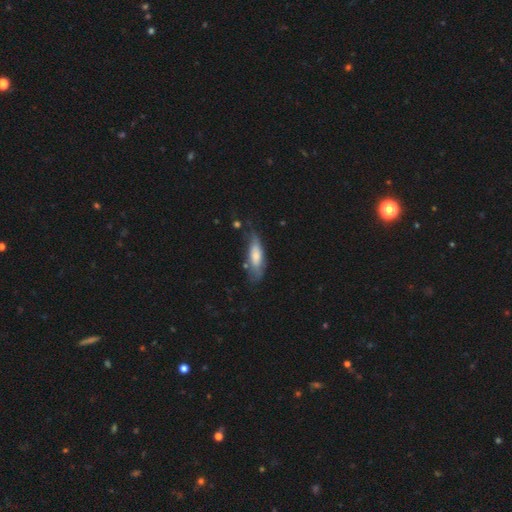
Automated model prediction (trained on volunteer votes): This appears to be a smooth galaxy with no disk features (65%) that is in between round and cigar-shaped (53%). Merging: none (51%).